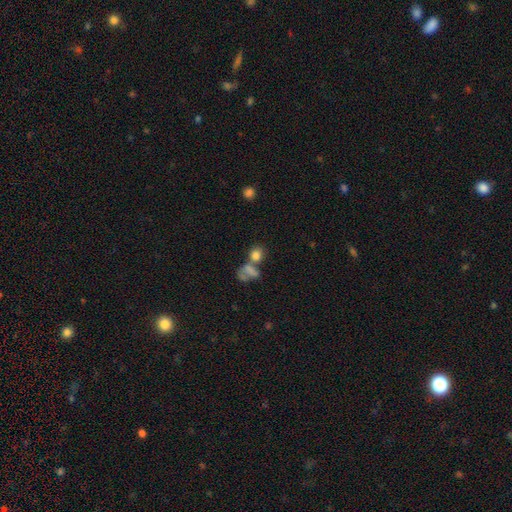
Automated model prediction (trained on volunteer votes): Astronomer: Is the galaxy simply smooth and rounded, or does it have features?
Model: smooth — 77%.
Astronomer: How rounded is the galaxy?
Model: round — 64%.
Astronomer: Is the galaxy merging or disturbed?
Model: merger — 43% (runner-up: none, 37%).